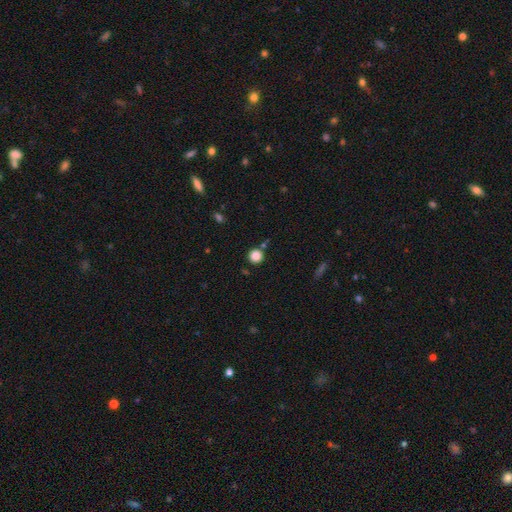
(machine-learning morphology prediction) Smooth or featured? Predicted: smooth (p=0.85). How rounded? Predicted: round (p=0.94). Merging? Predicted: none (p=0.83).